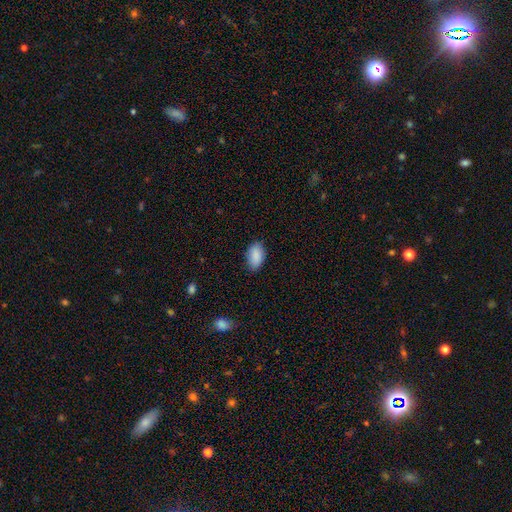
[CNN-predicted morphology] Q: Smooth or featured?
A: smooth (89%); runner-up: star or artifact (7%)
Q: How rounded?
A: in between (93%); runner-up: round (5%)
Q: Merging?
A: none (82%); runner-up: minor disturbance (14%)